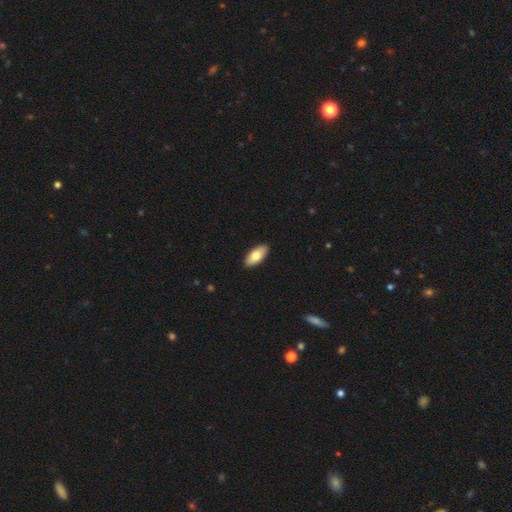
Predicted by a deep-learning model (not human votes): A smooth galaxy with no disk features (77%) that is in between round and cigar-shaped (90%). Merging: none (91%).